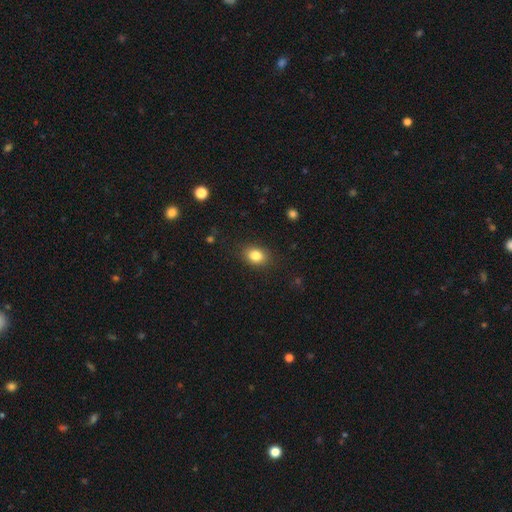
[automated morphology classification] The model was most divided on "how rounded": in between: 65%, round: 34%, cigar-shaped: 1%. More confident: merging — none (85%); smooth or featured — smooth (83%).